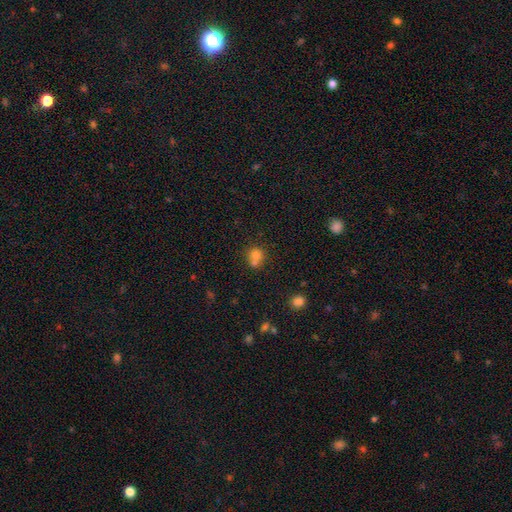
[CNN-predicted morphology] Smooth or featured: smooth — 74% (star or artifact — 13%)
How rounded: round — 84% (in between — 15%)
Merging: merger — 47% (none — 42%)